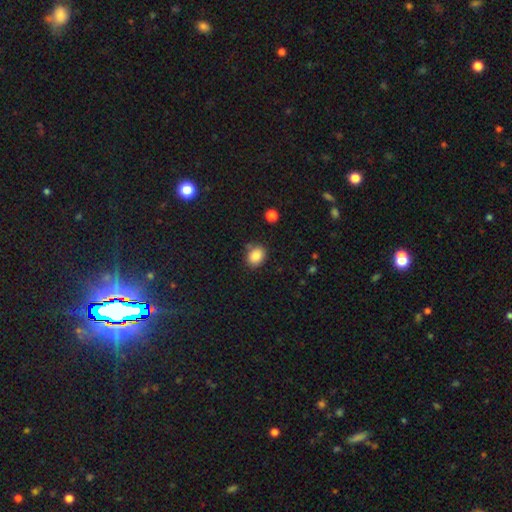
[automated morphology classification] Smooth or featured? smooth (87%)
How rounded? in between (50%)
Merging? none (78%)